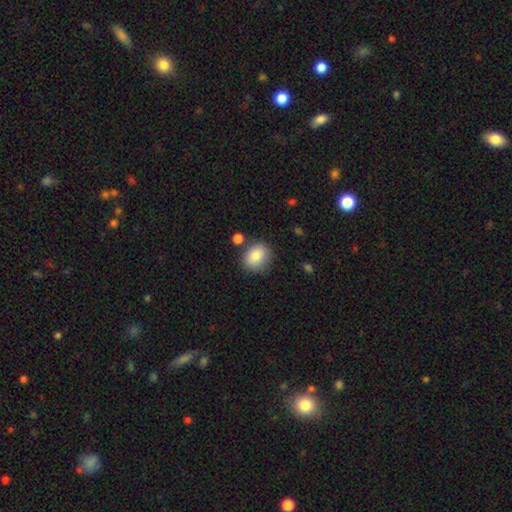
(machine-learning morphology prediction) Smooth or featured?
  - smooth: 84% *
  - star or artifact: 8%
  - featured or disk: 8%
How rounded?
  - round: 61% *
  - in between: 38%
  - cigar-shaped: 1%
Merging?
  - none: 74% *
  - minor disturbance: 14%
  - merger: 8%
  - major disturbance: 4%